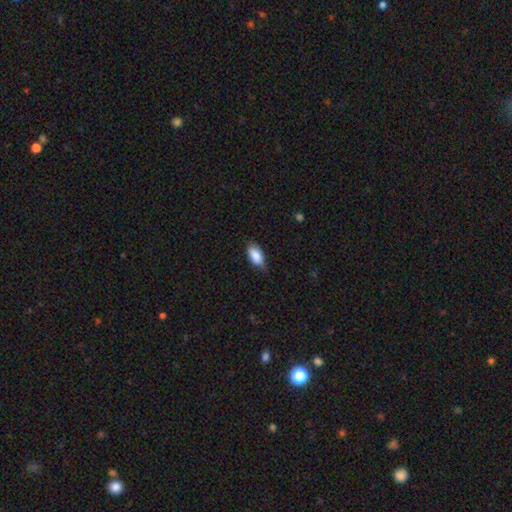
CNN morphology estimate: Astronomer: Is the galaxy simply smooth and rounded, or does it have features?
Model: smooth — 86%.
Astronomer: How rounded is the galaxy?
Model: in between — 90%.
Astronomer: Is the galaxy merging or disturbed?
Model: none — 74%.